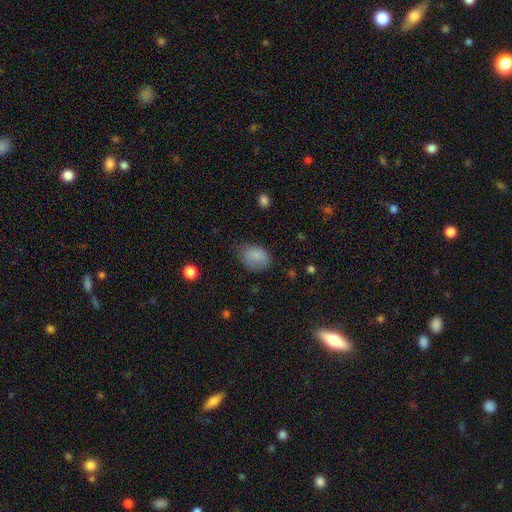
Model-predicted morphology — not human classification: Smooth or featured? smooth (83%)
How rounded? in between (76%)
Merging? none (60%)